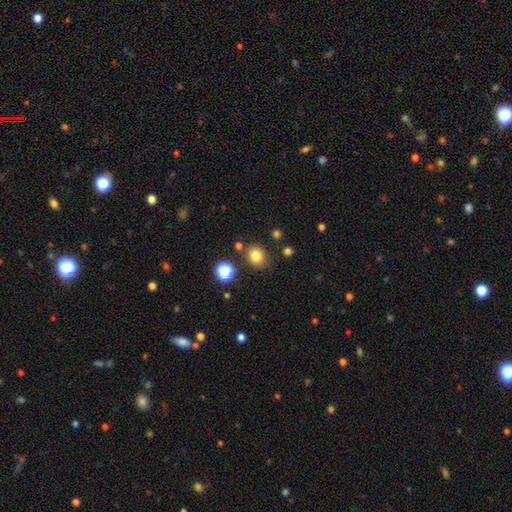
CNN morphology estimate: Smooth or featured? Predicted: smooth (p=0.79). How rounded? Predicted: round (p=0.64). Merging? Predicted: none (p=0.80).